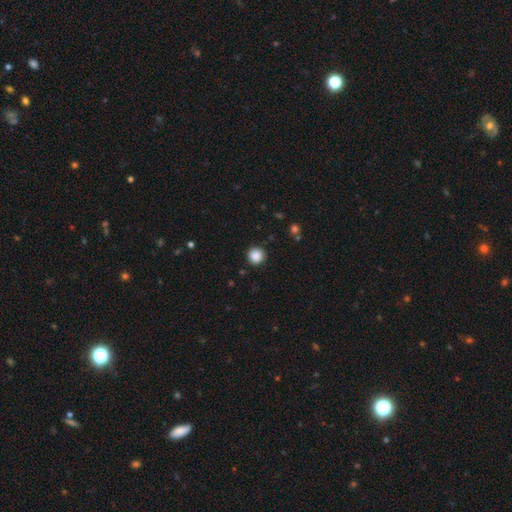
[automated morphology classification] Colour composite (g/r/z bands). It shows a smooth galaxy with no disk features (87%) that is round (95%). Merging: none (91%).